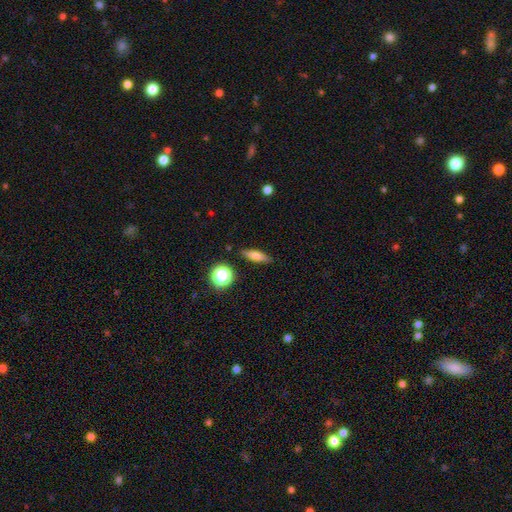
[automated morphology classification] Q: Smooth or featured?
A: smooth (67%); runner-up: featured or disk (23%)
Q: How rounded?
A: cigar-shaped (55%); runner-up: in between (37%)
Q: Merging?
A: none (87%); runner-up: minor disturbance (9%)